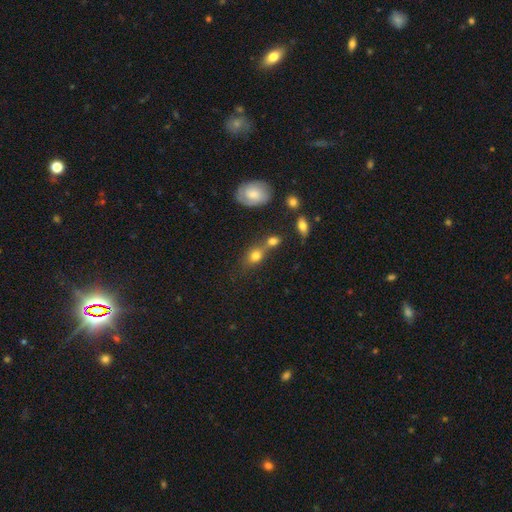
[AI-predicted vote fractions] Smooth or featured: smooth — 74% (featured or disk — 15%)
How rounded: in between — 54% (round — 43%)
Merging: none — 40% (merger — 39%)